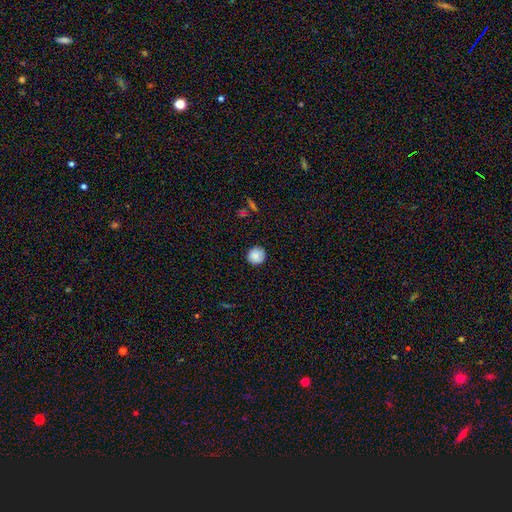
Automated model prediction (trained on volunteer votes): smooth-or-featured: smooth: 86% | star or artifact: 8% | featured or disk: 6%
  how-rounded: round: 93% | in between: 6% | cigar-shaped: 1%
  merging: none: 88% | minor disturbance: 9% | major disturbance: 2% | merger: 1%